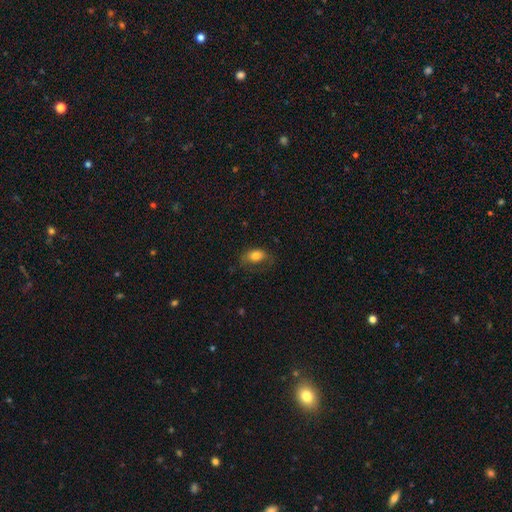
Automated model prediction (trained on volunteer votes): smooth 79%, featured or disk 12%, star or artifact 9%. Down the decision tree: how rounded — in between (86%); merging — none (54%).